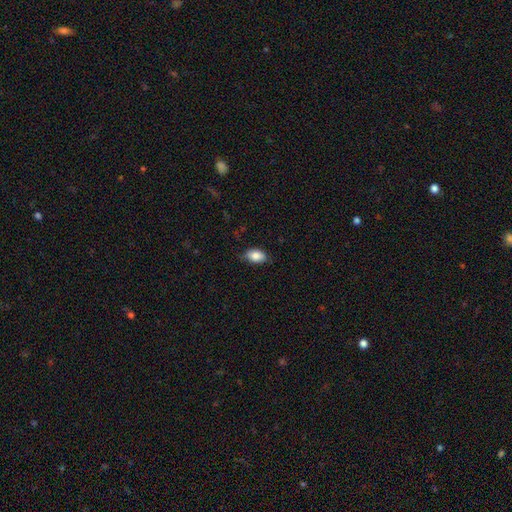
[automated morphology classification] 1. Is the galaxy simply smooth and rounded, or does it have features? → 84% smooth, 9% featured or disk, 7% star or artifact.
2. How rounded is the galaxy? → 89% in between, 9% round, 2% cigar-shaped.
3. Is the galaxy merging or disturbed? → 72% none, 23% minor disturbance, 4% major disturbance, 1% merger.